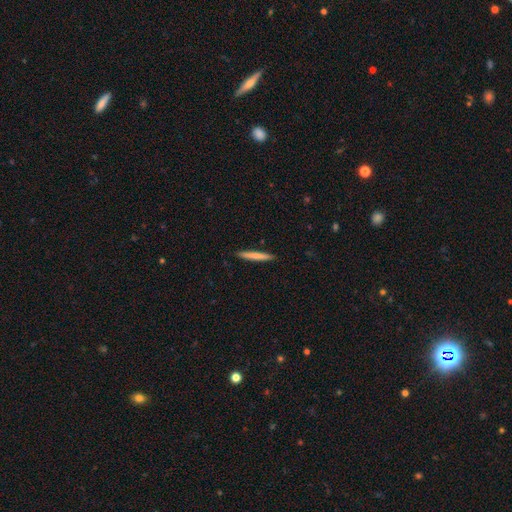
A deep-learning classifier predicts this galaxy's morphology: Q: Smooth or featured?
A: smooth (75%); runner-up: featured or disk (19%)
Q: How rounded?
A: cigar-shaped (96%); runner-up: in between (3%)
Q: Merging?
A: none (92%); runner-up: minor disturbance (6%)